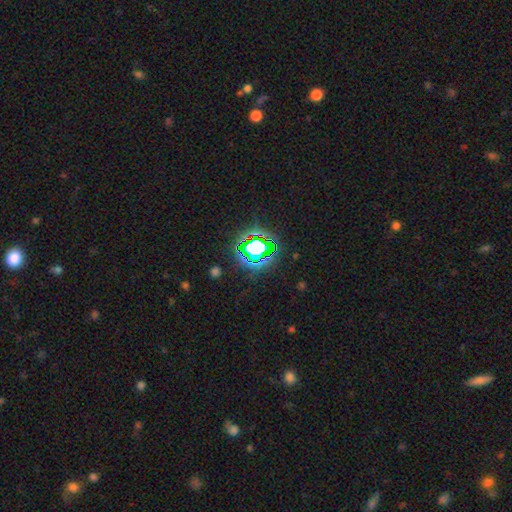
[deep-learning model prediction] star or artifact 79%, smooth 14%, featured or disk 8%.